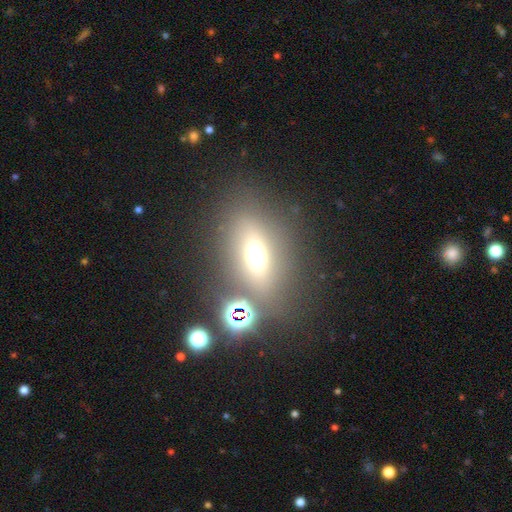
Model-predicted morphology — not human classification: This is possibly a smooth galaxy (54%). How rounded: likely in between (67%). Merging: likely none (73%).